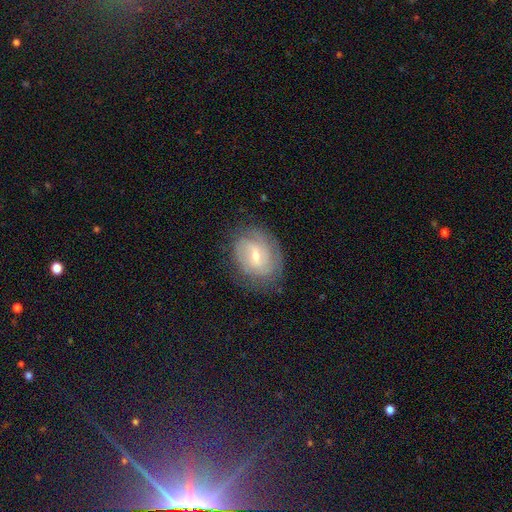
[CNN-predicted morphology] The model was most divided on "spiral arm count": can't tell: 41%, 2: 35%, 3: 11%, 1: 6%, 4: 4%, more than 4: 3%. More confident: edge-on disk — no (96%); spiral arms — yes (86%); merging — none (74%); smooth or featured — featured or disk (71%); spiral winding — tight (58%); bulge size — small (56%); bar — weak (55%).